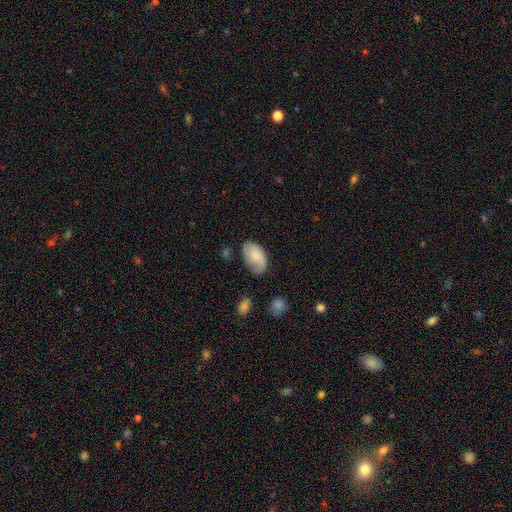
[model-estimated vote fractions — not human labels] This is likely a smooth galaxy (66%). How rounded: clearly in between (92%). Merging: likely none (61%).